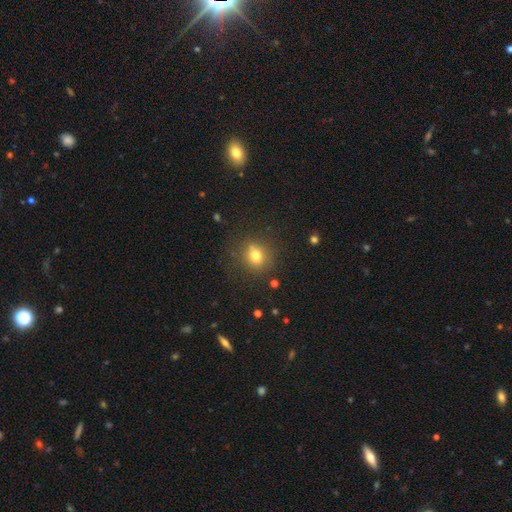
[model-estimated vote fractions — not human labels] Smooth or featured? smooth (74%)
How rounded? round (81%)
Merging? none (79%)